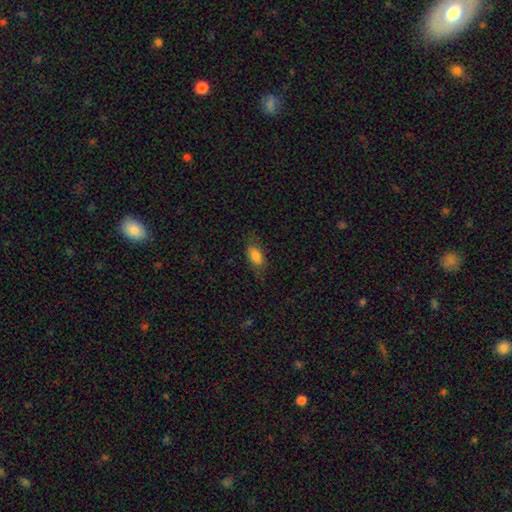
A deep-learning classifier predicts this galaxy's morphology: smooth-or-featured: smooth: 81% | featured or disk: 11% | star or artifact: 8%
  how-rounded: in between: 87% | cigar-shaped: 9% | round: 4%
  merging: none: 72% | minor disturbance: 19% | major disturbance: 7% | merger: 1%